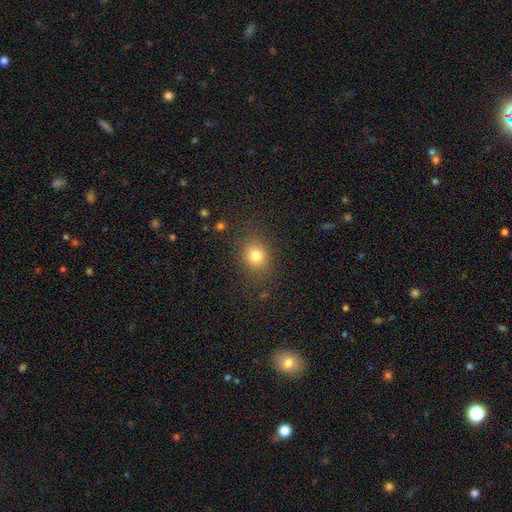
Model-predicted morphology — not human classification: Smooth or featured: smooth — 79% (star or artifact — 13%)
How rounded: round — 64% (in between — 35%)
Merging: none — 83% (minor disturbance — 11%)